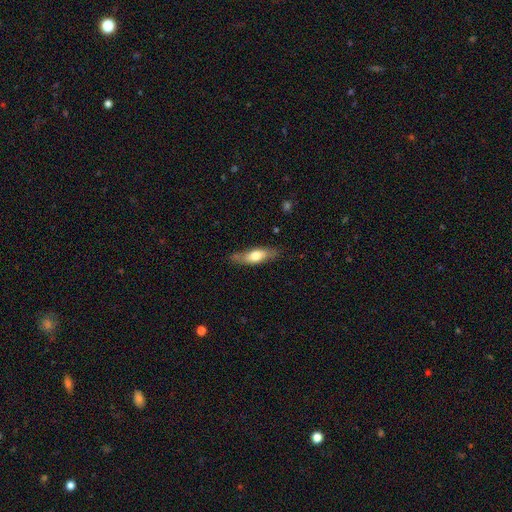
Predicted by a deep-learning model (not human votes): This appears to be a smooth galaxy with no disk features (60%) that is in between round and cigar-shaped (49%). Merging: none (77%).